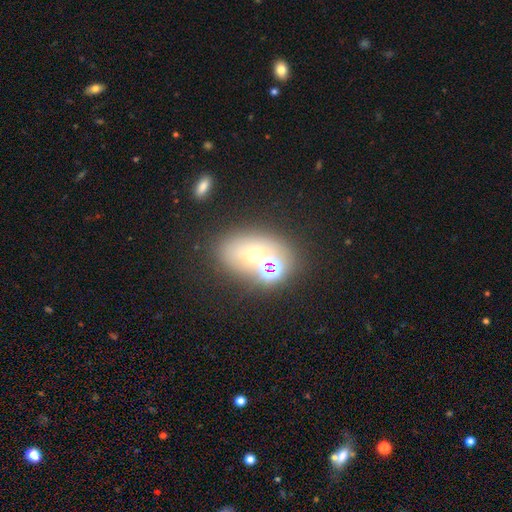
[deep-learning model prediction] smooth_or_featured: smooth (p=0.46) [alt: star or artifact p=0.29]
merging: none (p=0.56) [alt: merger p=0.24]